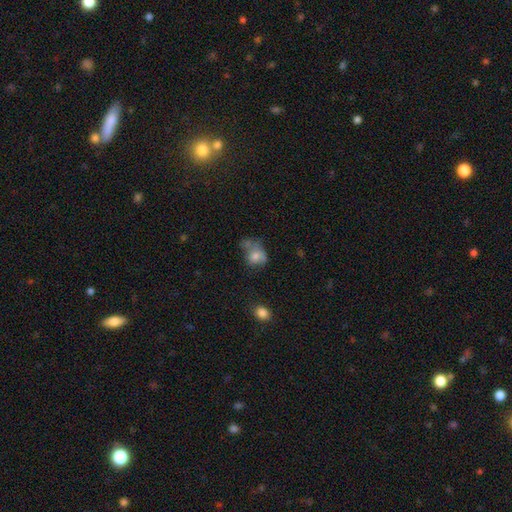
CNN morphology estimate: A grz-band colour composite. It shows a smooth galaxy with no disk features (62%) that is round (50%). Merging: none (31%).